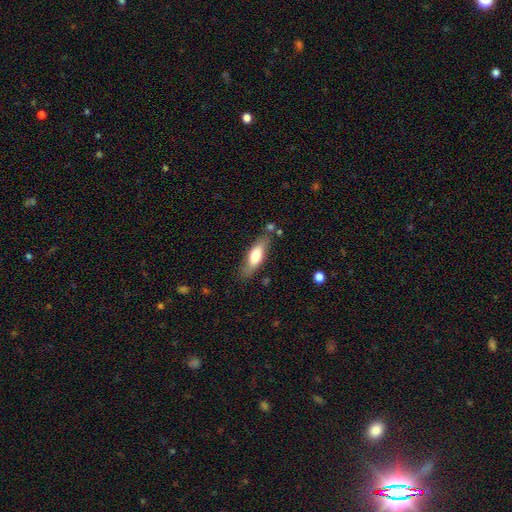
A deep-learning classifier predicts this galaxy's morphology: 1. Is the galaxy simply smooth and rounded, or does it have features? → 66% smooth, 28% featured or disk, 6% star or artifact.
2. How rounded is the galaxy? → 57% in between, 41% cigar-shaped, 2% round.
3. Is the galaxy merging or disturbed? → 77% none, 15% minor disturbance, 4% merger, 4% major disturbance.